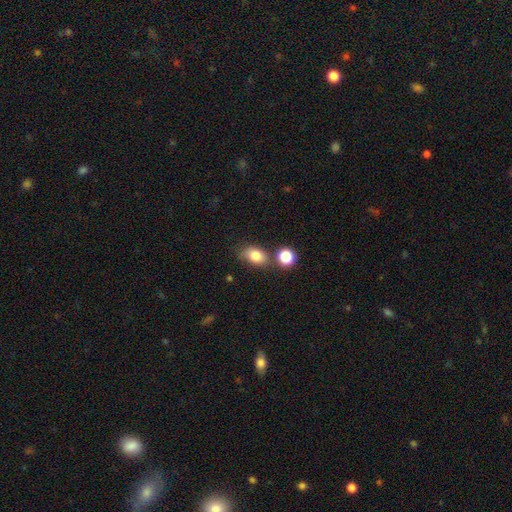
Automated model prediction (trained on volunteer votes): Overall: smooth (81%). How rounded: in between (79%). Merging: none (63%).